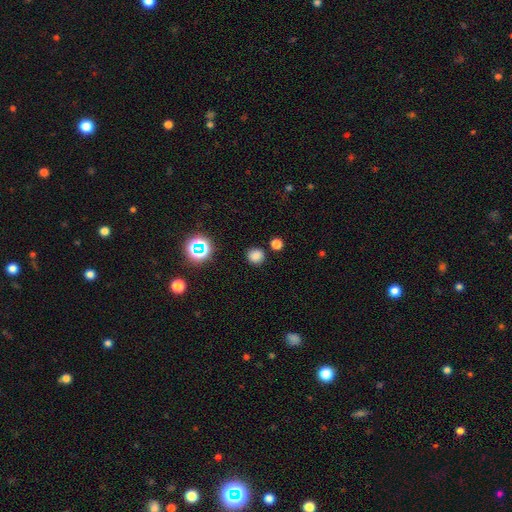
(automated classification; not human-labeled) smooth 78%, star or artifact 18%, featured or disk 5%. Down the decision tree: how rounded — round (87%); merging — none (84%).